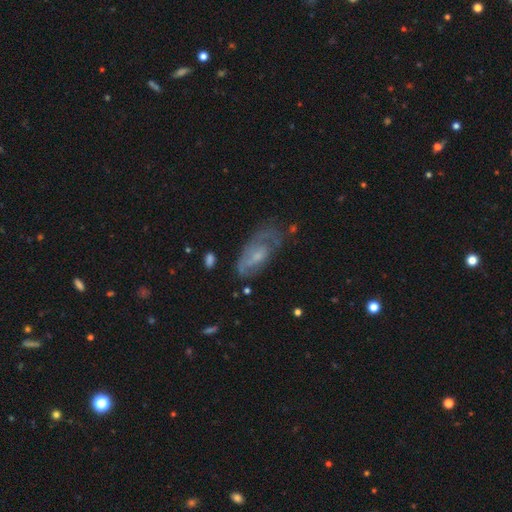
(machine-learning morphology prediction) Smooth or featured: featured or disk — 67% (smooth — 25%)
Edge-on disk: no — 92% (yes — 8%)
Bar: no — 58% (weak — 35%)
Spiral arms: yes — 77% (no — 23%)
Bulge size: small — 58% (moderate — 27%)
Merging: none — 51% (minor disturbance — 25%)